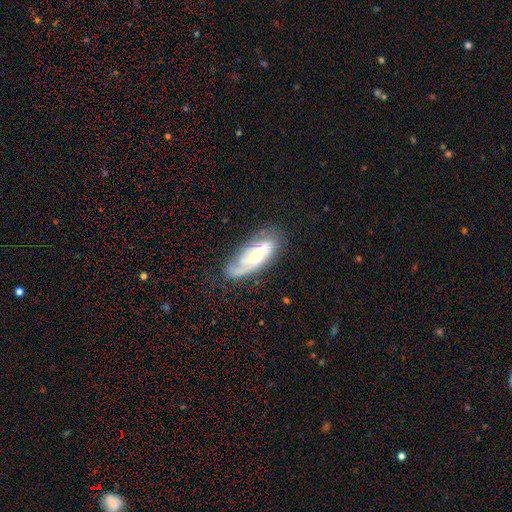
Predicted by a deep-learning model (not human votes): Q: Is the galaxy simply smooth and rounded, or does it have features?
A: featured or disk — 72%.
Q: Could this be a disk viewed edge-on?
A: no — 88%.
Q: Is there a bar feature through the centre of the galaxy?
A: no — 59%.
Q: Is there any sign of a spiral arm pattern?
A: yes — 88%.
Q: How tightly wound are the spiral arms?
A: tight — 46%.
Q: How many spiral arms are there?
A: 2 — 35%.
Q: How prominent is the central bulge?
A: moderate — 52%.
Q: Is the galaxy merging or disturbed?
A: none — 64%.